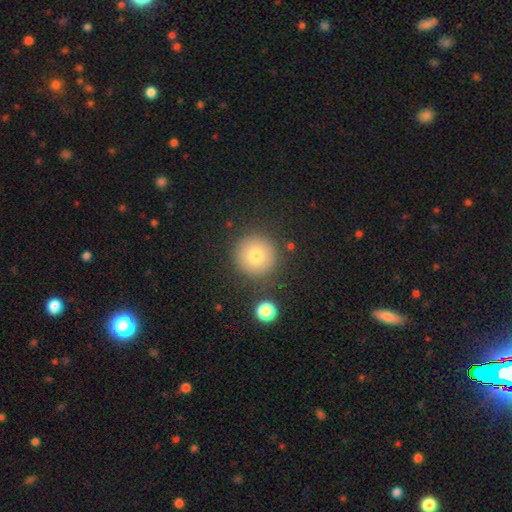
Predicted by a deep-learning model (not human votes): This is likely a smooth galaxy (77%). How rounded: clearly round (96%). Merging: clearly none (85%).